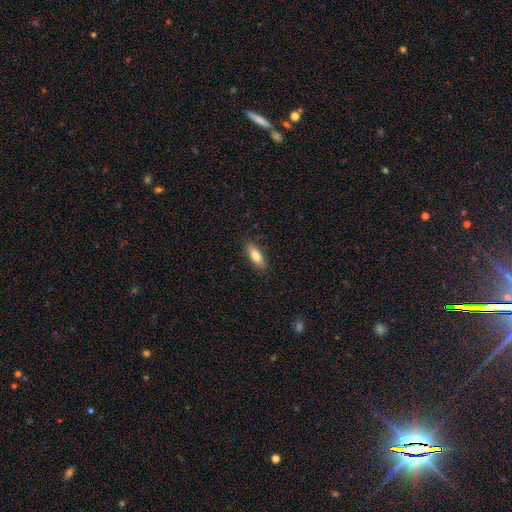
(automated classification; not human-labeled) Smooth or featured? Predicted: smooth (p=0.77). How rounded? Predicted: in between (p=0.57). Merging? Predicted: none (p=0.86).